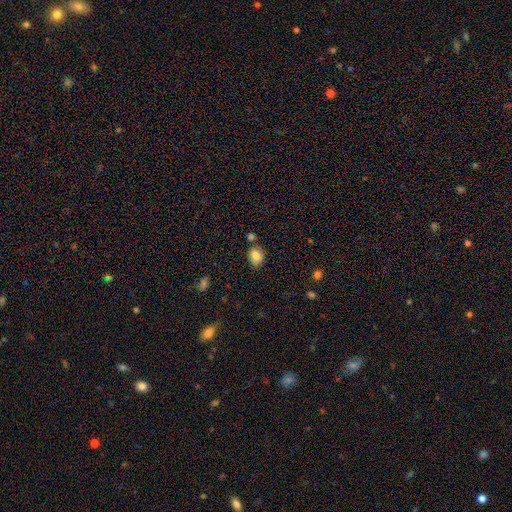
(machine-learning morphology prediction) Q: Smooth or featured?
A: smooth (82%); runner-up: star or artifact (10%)
Q: How rounded?
A: in between (57%); runner-up: round (42%)
Q: Merging?
A: none (70%); runner-up: minor disturbance (16%)